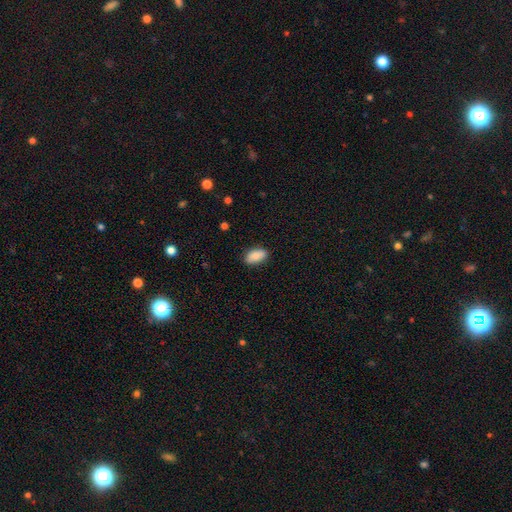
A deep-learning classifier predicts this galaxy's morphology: This appears to be a smooth galaxy with no disk features (82%) that is in between round and cigar-shaped (92%). Merging: none (83%).